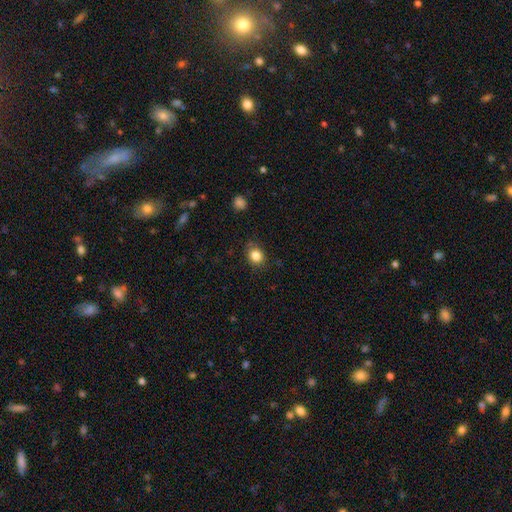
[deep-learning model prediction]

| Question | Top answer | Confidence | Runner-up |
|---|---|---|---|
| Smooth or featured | smooth | 84% | star or artifact (11%) |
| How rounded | round | 69% | in between (30%) |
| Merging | none | 83% | minor disturbance (12%) |